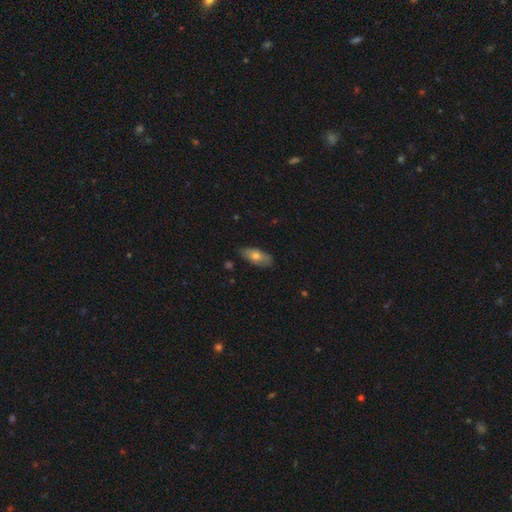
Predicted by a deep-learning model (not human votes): Smooth or featured?
  - smooth: 65% *
  - featured or disk: 28%
  - star or artifact: 7%
How rounded?
  - in between: 81% *
  - cigar-shaped: 15%
  - round: 3%
Merging?
  - none: 78% *
  - minor disturbance: 18%
  - major disturbance: 3%
  - merger: 1%